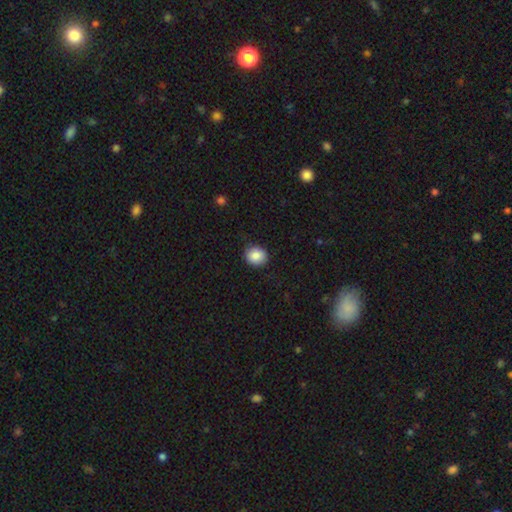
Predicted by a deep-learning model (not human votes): This is clearly a smooth galaxy (86%). How rounded: likely round (80%). Merging: clearly none (88%).